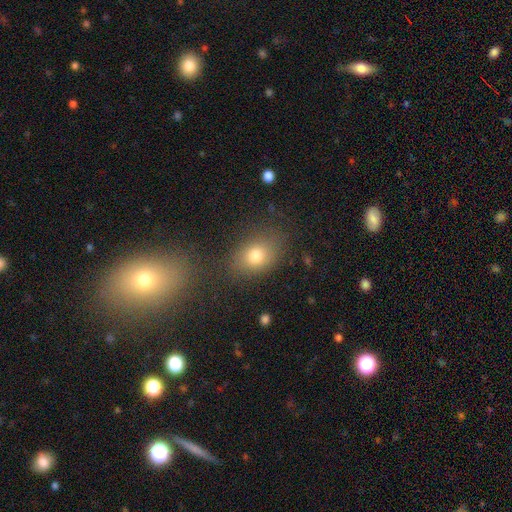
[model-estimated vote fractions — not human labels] Smooth or featured? smooth (77%)
How rounded? in between (70%)
Merging? none (74%)